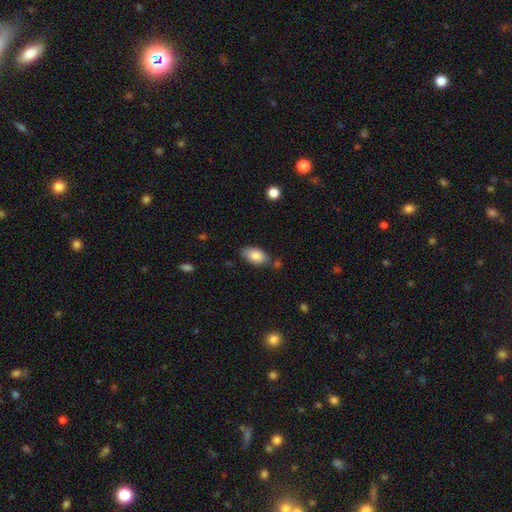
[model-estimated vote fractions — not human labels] This is clearly a smooth galaxy (85%). How rounded: clearly in between (93%). Merging: likely none (71%).